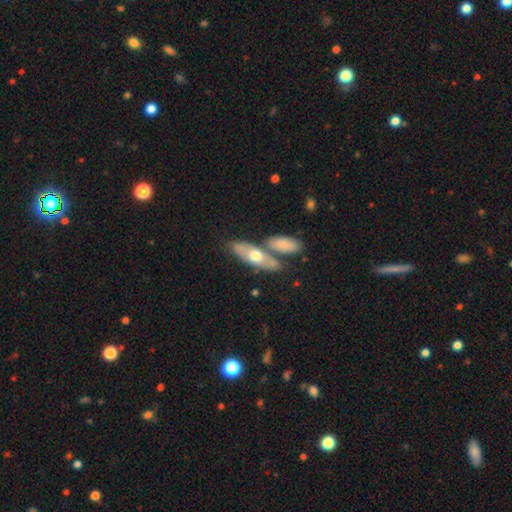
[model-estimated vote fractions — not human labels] A smooth galaxy with no disk features (52%) that is in between round and cigar-shaped (62%).

Vote fractions:
- Smooth or featured? smooth: 52% / featured or disk: 43% / star or artifact: 5%
- How rounded? in between: 62% / cigar-shaped: 34% / round: 4%
- Merging? none: 57% / merger: 28% / minor disturbance: 11% / major disturbance: 4%